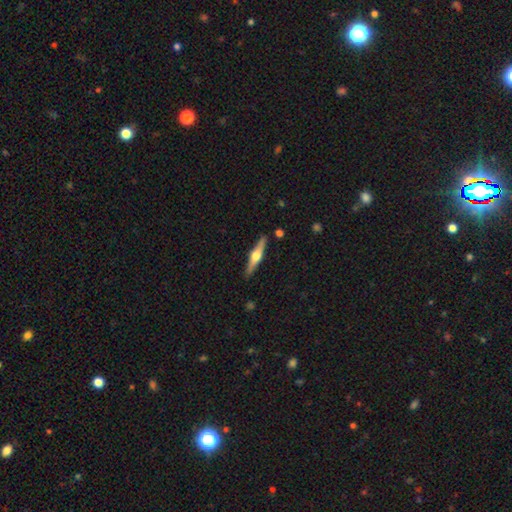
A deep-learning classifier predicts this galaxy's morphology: Smooth or featured? Predicted: featured or disk (p=0.70). Edge-on disk? Predicted: yes (p=0.97). Edge-on bulge? Predicted: rounded (p=0.95). Merging? Predicted: none (p=0.90).